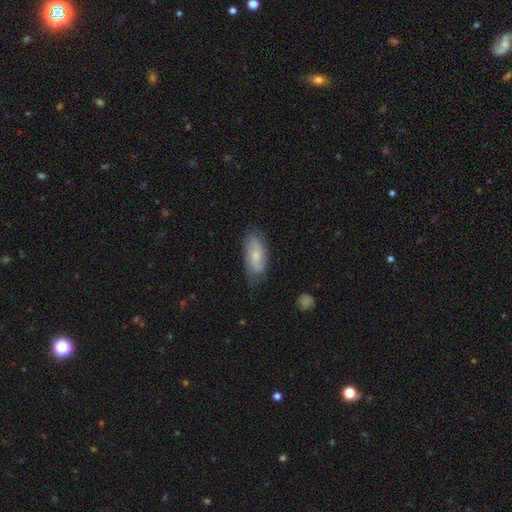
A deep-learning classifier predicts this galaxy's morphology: smooth 58%, featured or disk 36%, star or artifact 7%. Down the decision tree: how rounded — in between (83%); merging — none (70%).